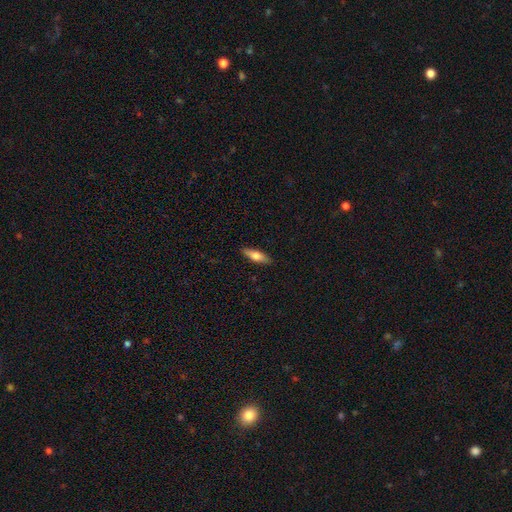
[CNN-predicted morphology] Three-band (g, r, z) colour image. It shows a smooth galaxy with no disk features (69%) that is in between round and cigar-shaped (49%, tied with cigar-shaped). Merging: none (87%).